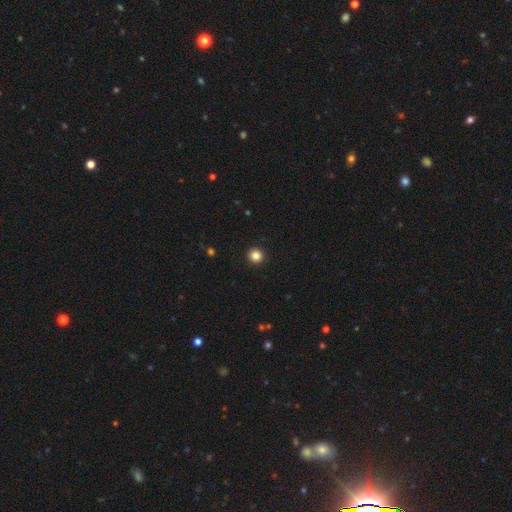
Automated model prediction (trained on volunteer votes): This is clearly a smooth galaxy (86%). How rounded: clearly round (95%). Merging: clearly none (94%).